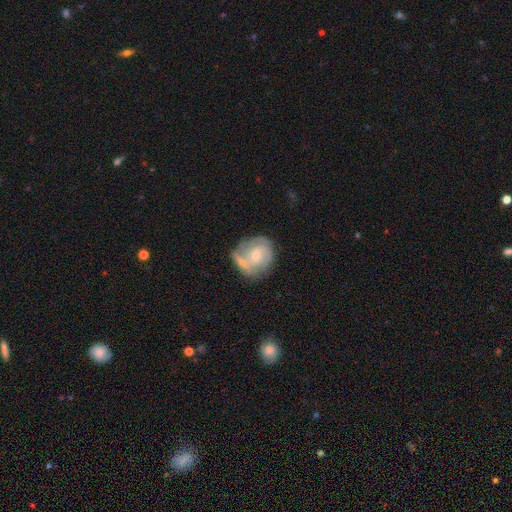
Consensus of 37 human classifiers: This is possibly a featured or disk galaxy (51%). It is clearly not viewed edge-on (95%). Bar: possibly no (56%). Spiral arm pattern: clearly yes (89%). Spiral arm count: marginally 2 (38%, tied with can't tell). Spiral winding: likely tight (62%). Central bulge: possibly small (56%). Merging: possibly merger (50%).